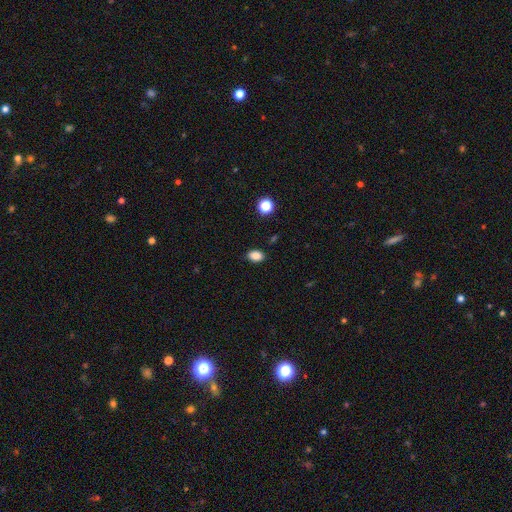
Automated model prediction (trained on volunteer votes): Smooth or featured: smooth — 86% (star or artifact — 10%)
How rounded: in between — 79% (round — 20%)
Merging: none — 88% (minor disturbance — 8%)